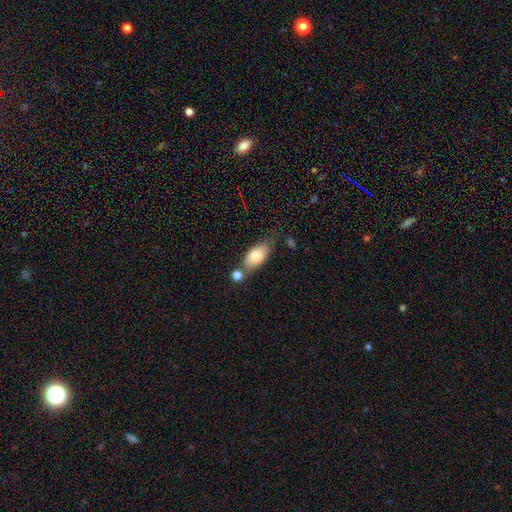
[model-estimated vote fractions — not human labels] smooth 78%, featured or disk 15%, star or artifact 7%. Down the decision tree: how rounded — in between (86%); merging — none (47%).